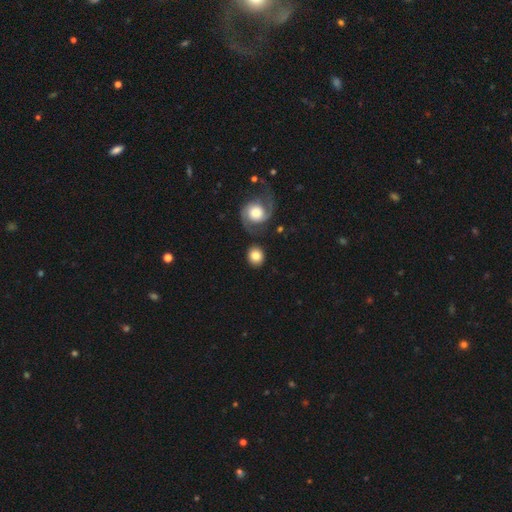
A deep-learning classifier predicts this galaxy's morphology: This appears to be a smooth galaxy with no disk features (77%) that is round (80%). Merging: none (74%).